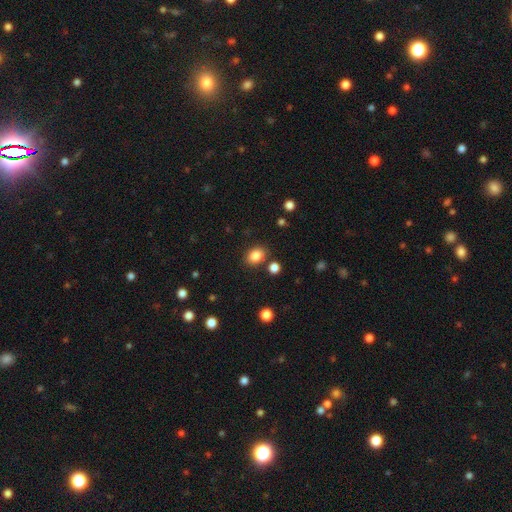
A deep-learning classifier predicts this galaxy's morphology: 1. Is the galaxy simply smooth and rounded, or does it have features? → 85% smooth, 10% star or artifact, 5% featured or disk.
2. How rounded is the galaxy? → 61% in between, 38% round, 1% cigar-shaped.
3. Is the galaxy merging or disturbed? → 82% none, 10% minor disturbance, 5% merger, 3% major disturbance.